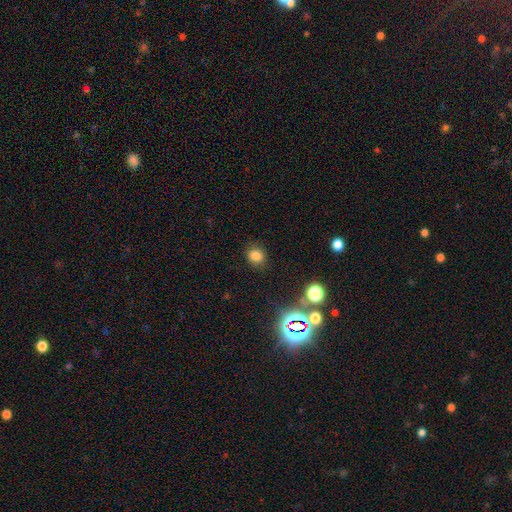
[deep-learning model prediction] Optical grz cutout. It shows a smooth galaxy with no disk features (77%) that is round (73%). Merging: none (86%).